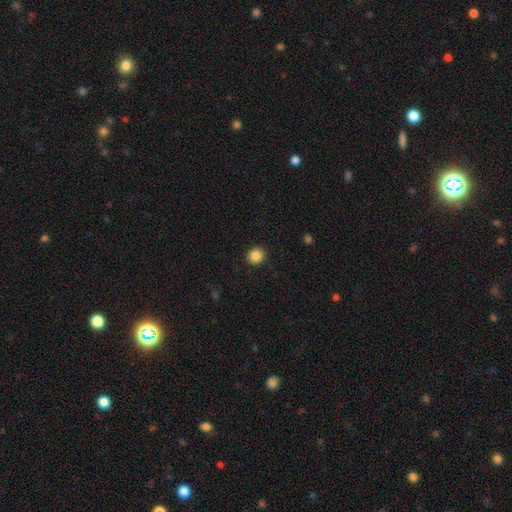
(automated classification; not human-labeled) smooth-or-featured: smooth: 86% | star or artifact: 10% | featured or disk: 4%
  how-rounded: round: 90% | in between: 10% | cigar-shaped: 1%
  merging: none: 92% | minor disturbance: 5% | major disturbance: 2% | merger: 1%